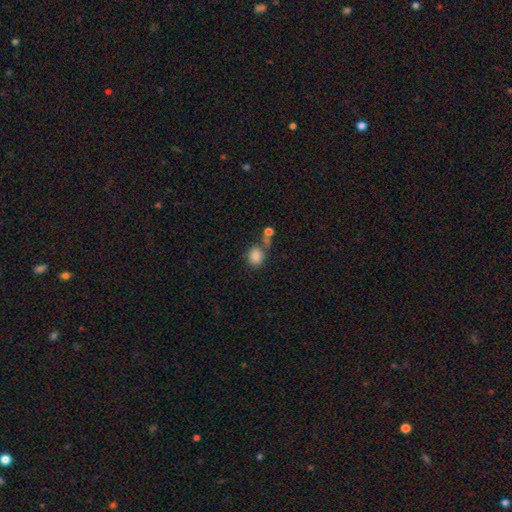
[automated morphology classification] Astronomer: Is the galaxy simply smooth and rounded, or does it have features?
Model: smooth — 84%.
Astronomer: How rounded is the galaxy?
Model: round — 60% (runner-up: in between, 39%).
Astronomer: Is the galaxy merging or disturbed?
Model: none — 52%.